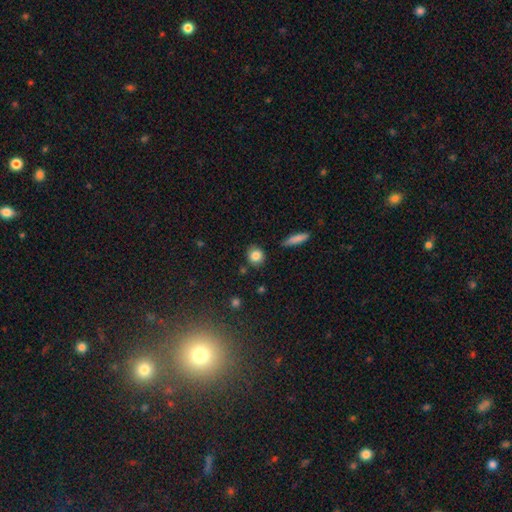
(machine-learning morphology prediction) A smooth galaxy with no disk features (83%) that is round (84%).

Vote fractions:
- Smooth or featured? smooth: 83% / star or artifact: 9% / featured or disk: 8%
- How rounded? round: 84% / in between: 14% / cigar-shaped: 2%
- Merging? none: 84% / minor disturbance: 10% / merger: 4% / major disturbance: 2%